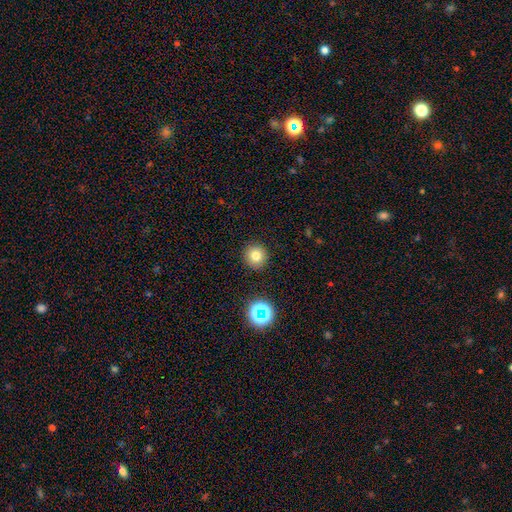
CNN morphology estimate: smooth 77%, star or artifact 15%, featured or disk 8%. Down the decision tree: how rounded — round (93%); merging — none (90%).